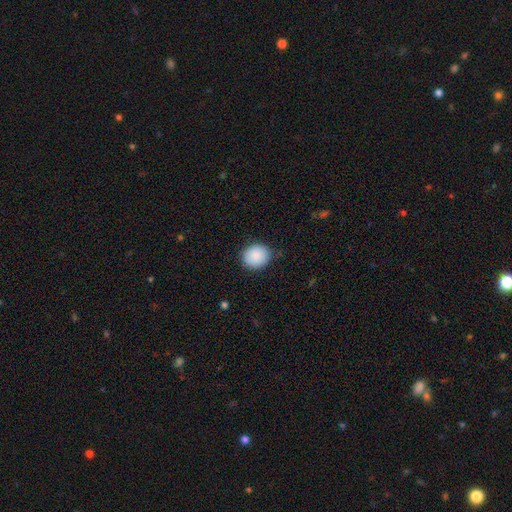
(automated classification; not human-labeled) Smooth or featured? Predicted: smooth (p=0.88). How rounded? Predicted: round (p=0.79). Merging? Predicted: none (p=0.80).